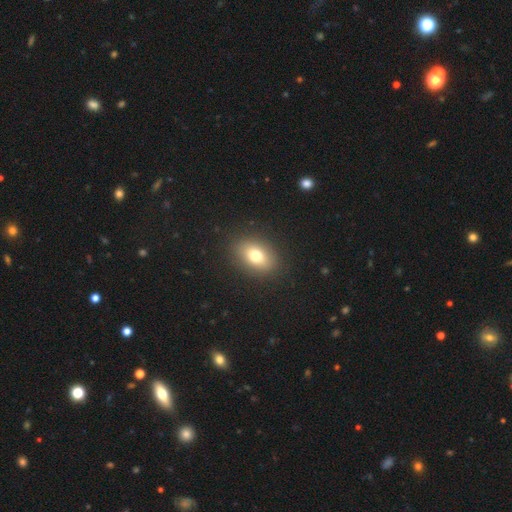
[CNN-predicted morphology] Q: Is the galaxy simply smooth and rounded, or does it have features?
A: smooth — 75%.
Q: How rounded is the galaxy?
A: in between — 74%.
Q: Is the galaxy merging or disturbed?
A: none — 89%.